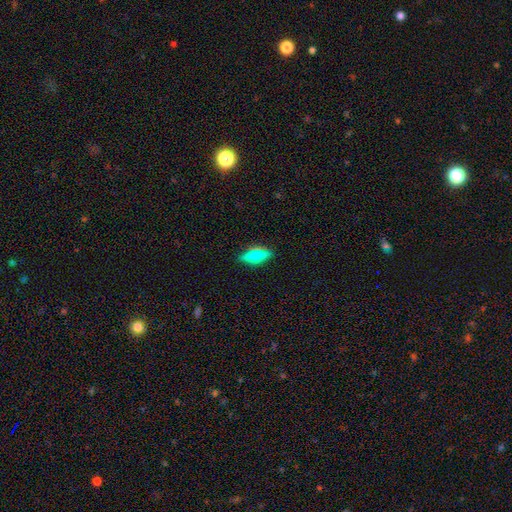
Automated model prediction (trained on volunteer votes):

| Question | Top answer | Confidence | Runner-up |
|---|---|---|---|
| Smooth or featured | smooth | 66% | featured or disk (22%) |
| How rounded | in between | 71% | cigar-shaped (25%) |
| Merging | none | 78% | minor disturbance (16%) |